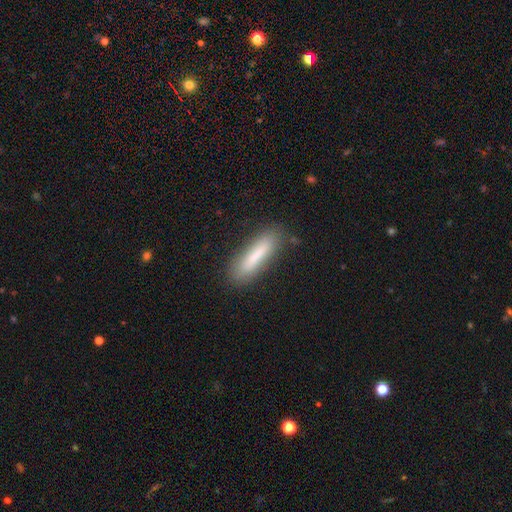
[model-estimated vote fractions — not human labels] Overall: smooth (74%). How rounded: cigar-shaped (80%). Merging: none (82%).